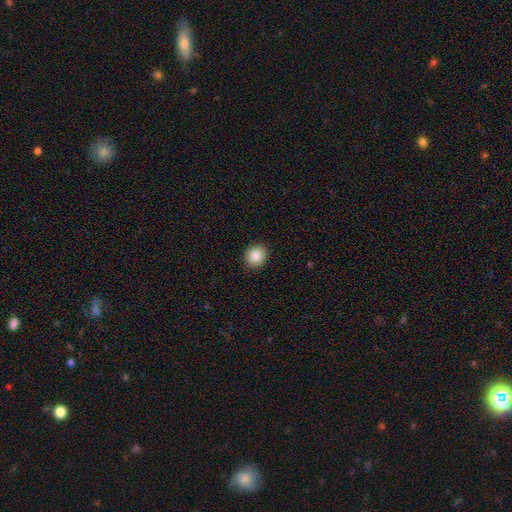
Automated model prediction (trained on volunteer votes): The model was most divided on "how rounded": round: 80%, in between: 19%, cigar-shaped: 1%. More confident: merging — none (91%); smooth or featured — smooth (86%).